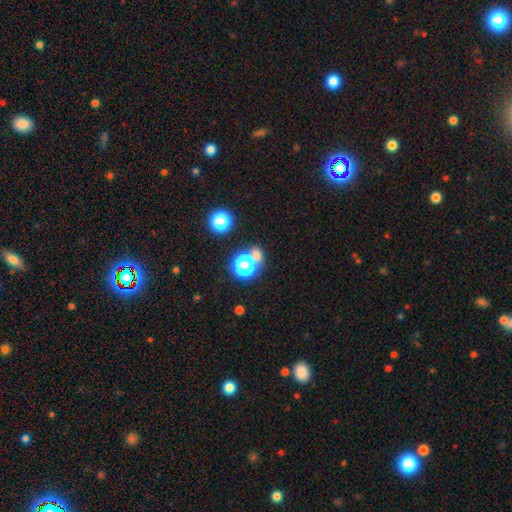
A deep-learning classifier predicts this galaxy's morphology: Smooth or featured?
  - smooth: 62% *
  - star or artifact: 29%
  - featured or disk: 9%
How rounded?
  - round: 72% *
  - in between: 27%
  - cigar-shaped: 1%
Merging?
  - none: 55% *
  - merger: 32%
  - minor disturbance: 8%
  - major disturbance: 5%